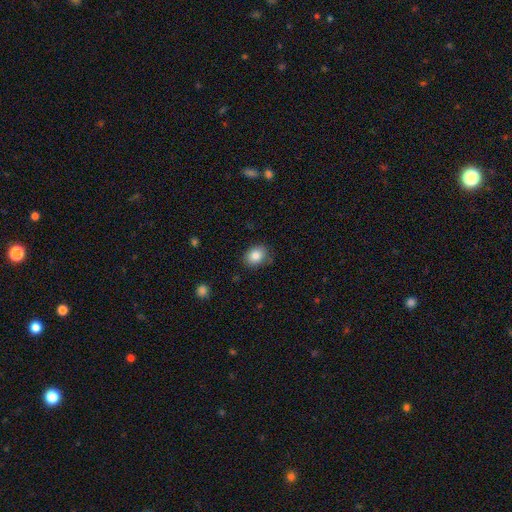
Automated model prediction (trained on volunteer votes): smooth 85%, star or artifact 9%, featured or disk 6%. Down the decision tree: how rounded — in between (59%); merging — none (80%).